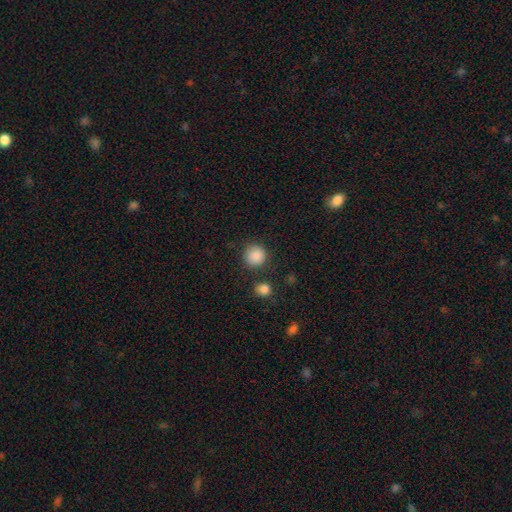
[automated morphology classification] The model was most divided on "merging": none: 85%, minor disturbance: 9%, merger: 4%, major disturbance: 3%. More confident: how rounded — round (92%); smooth or featured — smooth (87%).